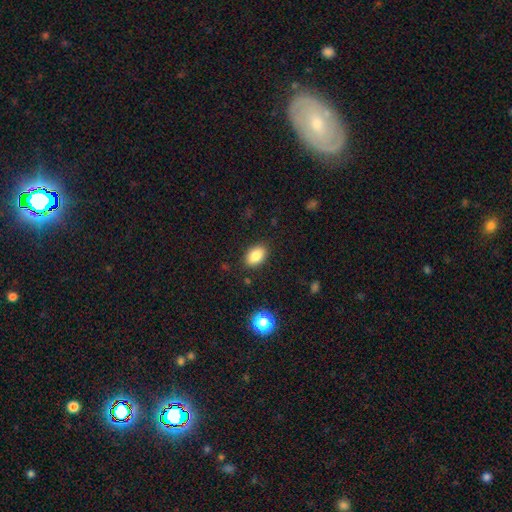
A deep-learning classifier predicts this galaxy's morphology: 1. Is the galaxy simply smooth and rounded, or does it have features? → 85% smooth, 9% star or artifact, 7% featured or disk.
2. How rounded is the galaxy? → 89% in between, 10% round, 1% cigar-shaped.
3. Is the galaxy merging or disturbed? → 87% none, 9% minor disturbance, 3% major disturbance, 1% merger.